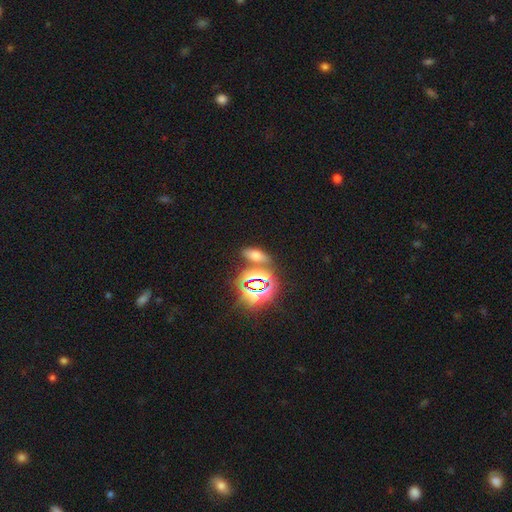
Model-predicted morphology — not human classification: smooth_or_featured: smooth (p=0.49) [alt: star or artifact p=0.37]
merging: none (p=0.74) [alt: merger p=0.11]